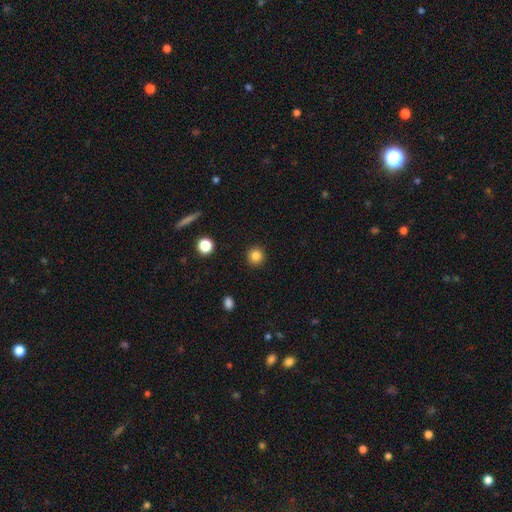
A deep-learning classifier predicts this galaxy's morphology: smooth_or_featured: smooth (p=0.84) [alt: star or artifact p=0.11]
how_rounded: round (p=0.94) [alt: in between p=0.05]
merging: none (p=0.92) [alt: minor disturbance p=0.05]